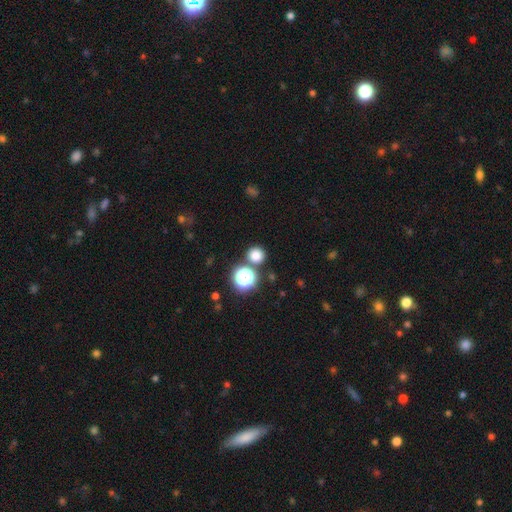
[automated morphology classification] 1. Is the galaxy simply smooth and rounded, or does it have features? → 77% smooth, 18% star or artifact, 5% featured or disk.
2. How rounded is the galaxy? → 92% round, 7% in between, 1% cigar-shaped.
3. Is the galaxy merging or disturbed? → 80% none, 11% merger, 7% minor disturbance, 3% major disturbance.